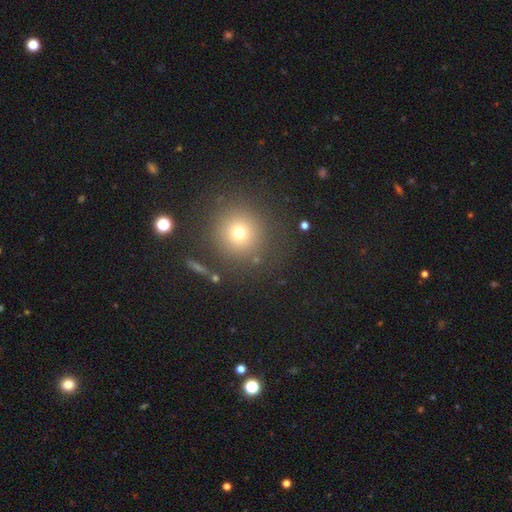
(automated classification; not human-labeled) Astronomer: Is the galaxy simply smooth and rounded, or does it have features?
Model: smooth — 62%.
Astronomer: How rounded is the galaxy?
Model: round — 93%.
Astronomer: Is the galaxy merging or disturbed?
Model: none — 86%.